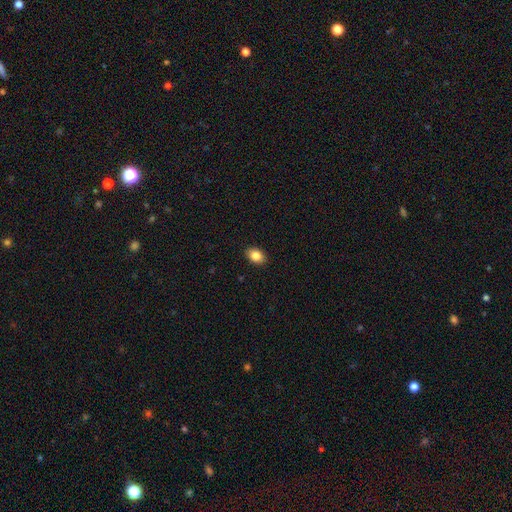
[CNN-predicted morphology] Smooth or featured? smooth (85%)
How rounded? in between (82%)
Merging? none (90%)